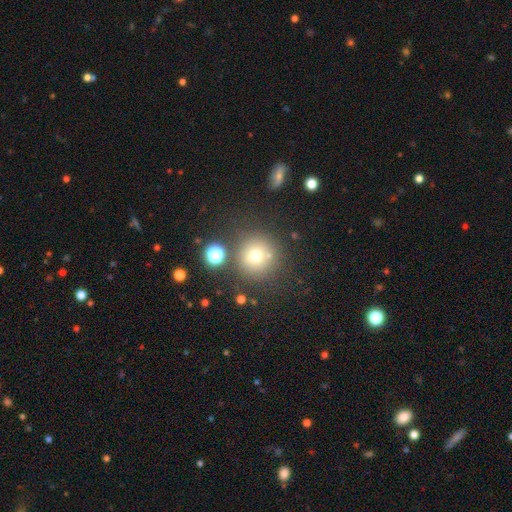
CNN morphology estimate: A smooth galaxy with no disk features (70%) that is round (94%). Merging: none (77%).